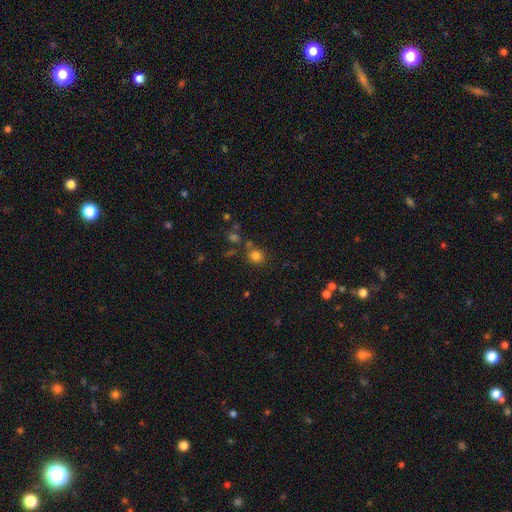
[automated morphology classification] A smooth galaxy with no disk features (80%) that is round (83%).

Vote fractions:
- Smooth or featured? smooth: 80% / star or artifact: 15% / featured or disk: 6%
- How rounded? round: 83% / in between: 16% / cigar-shaped: 1%
- Merging? none: 75% / minor disturbance: 11% / merger: 10% / major disturbance: 4%